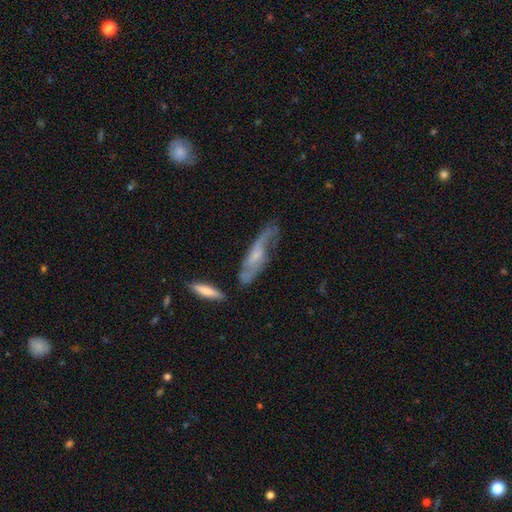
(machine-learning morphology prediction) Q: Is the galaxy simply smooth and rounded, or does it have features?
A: featured or disk — 66%.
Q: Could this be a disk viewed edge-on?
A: no — 68%.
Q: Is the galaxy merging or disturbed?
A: none — 51%.